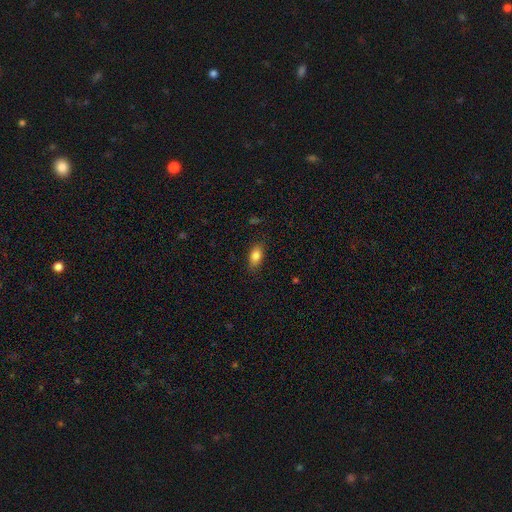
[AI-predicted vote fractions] A smooth galaxy with no disk features (83%) that is in between round and cigar-shaped (86%). Merging: none (84%).